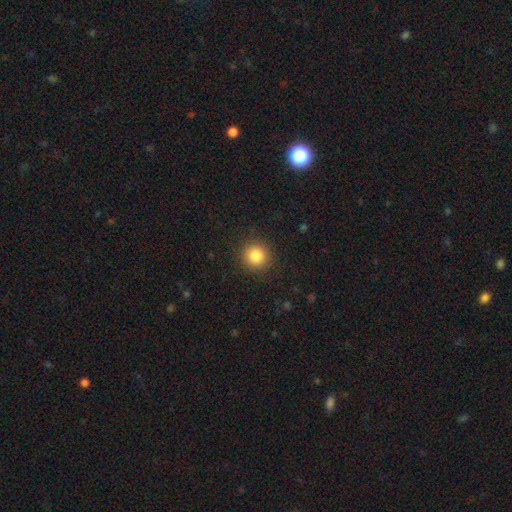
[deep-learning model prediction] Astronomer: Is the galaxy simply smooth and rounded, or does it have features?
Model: smooth — 85%.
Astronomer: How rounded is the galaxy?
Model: round — 93%.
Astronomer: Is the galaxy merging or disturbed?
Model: none — 91%.